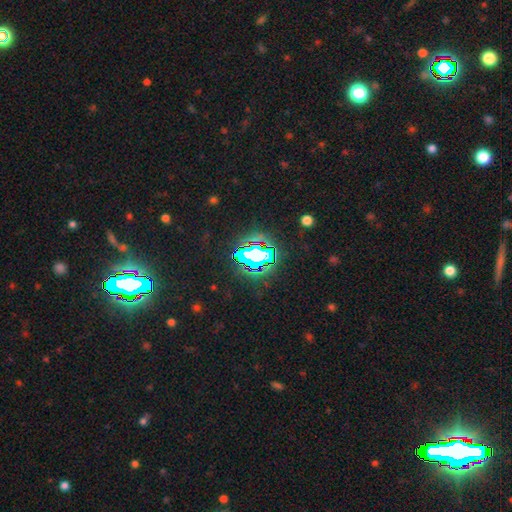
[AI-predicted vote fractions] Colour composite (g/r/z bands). It shows a star or artifact, not a galaxy (71%).